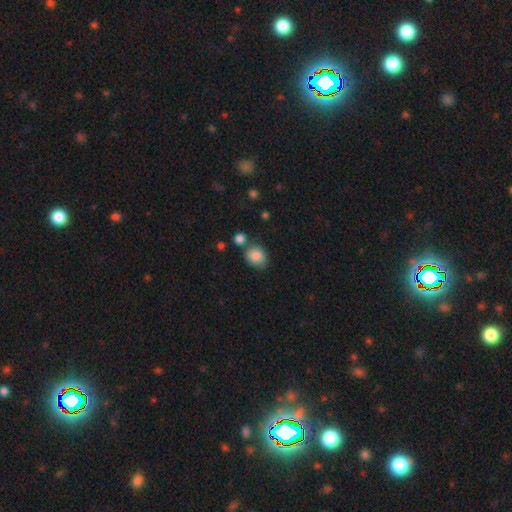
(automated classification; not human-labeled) Smooth or featured? Predicted: smooth (p=0.86). How rounded? Predicted: in between (p=0.51). Merging? Predicted: none (p=0.66).